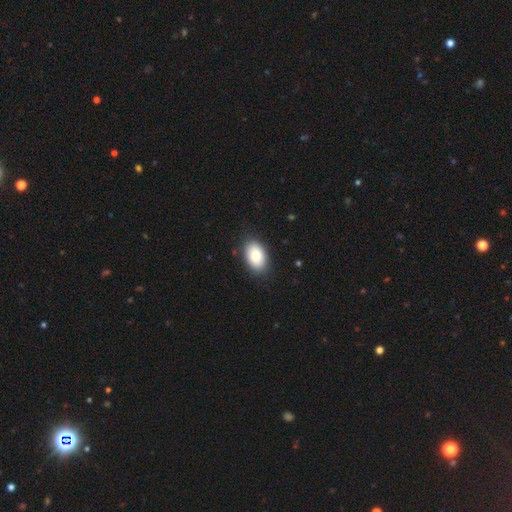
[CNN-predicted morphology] Smooth or featured: smooth — 84% (featured or disk — 9%)
How rounded: in between — 91% (round — 8%)
Merging: none — 86% (minor disturbance — 11%)